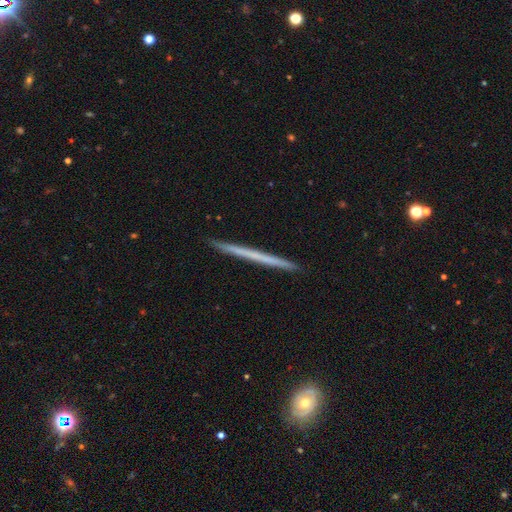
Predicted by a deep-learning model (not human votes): This appears to be a featured or disk galaxy (53%) viewed edge-on (97%) with no central bulge (92%). Merging: none (92%).